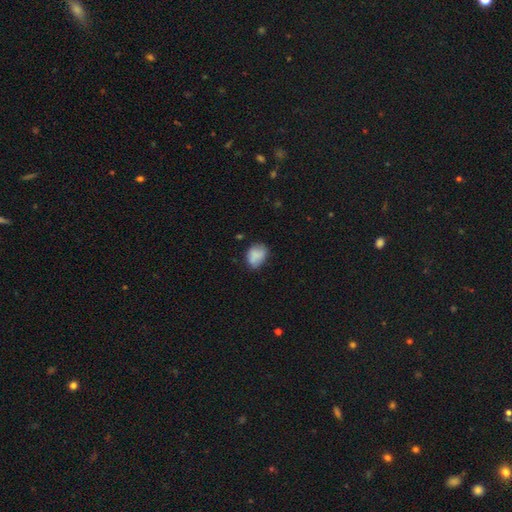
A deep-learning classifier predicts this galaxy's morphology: Smooth or featured?
  - smooth: 78% *
  - featured or disk: 14%
  - star or artifact: 9%
How rounded?
  - in between: 64% *
  - round: 35%
  - cigar-shaped: 1%
Merging?
  - none: 58% *
  - minor disturbance: 30%
  - major disturbance: 8%
  - merger: 5%